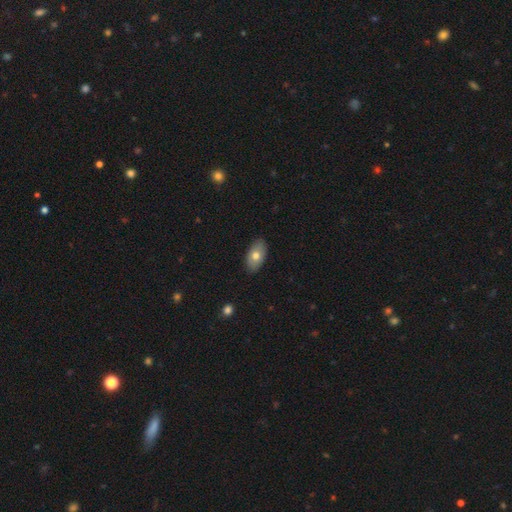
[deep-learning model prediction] Q: Smooth or featured?
A: smooth (69%); runner-up: featured or disk (24%)
Q: How rounded?
A: in between (93%); runner-up: round (5%)
Q: Merging?
A: none (86%); runner-up: minor disturbance (11%)